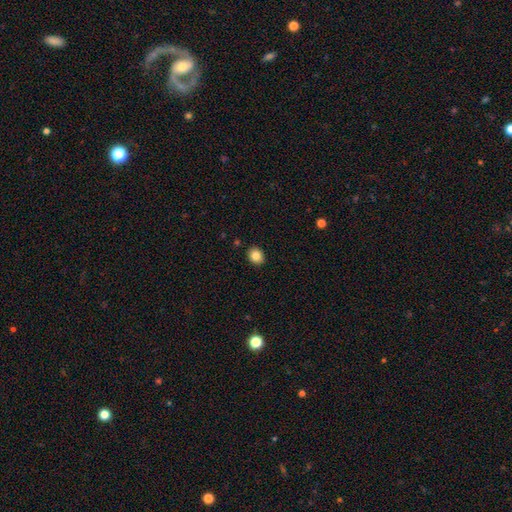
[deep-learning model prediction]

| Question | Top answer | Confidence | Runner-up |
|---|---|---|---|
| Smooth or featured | smooth | 84% | star or artifact (10%) |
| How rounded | round | 61% | in between (38%) |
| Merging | none | 91% | minor disturbance (7%) |